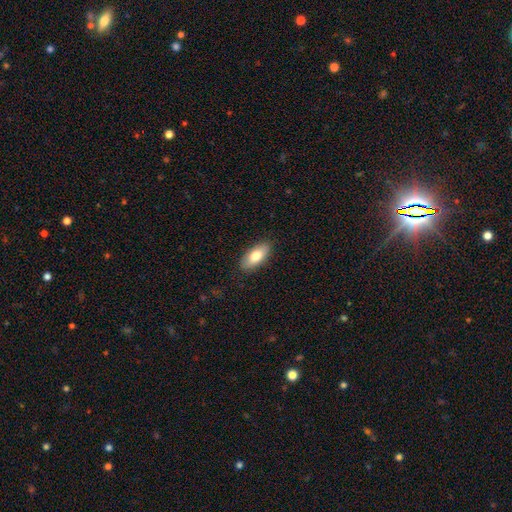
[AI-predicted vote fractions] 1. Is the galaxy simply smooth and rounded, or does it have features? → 78% smooth, 15% featured or disk, 6% star or artifact.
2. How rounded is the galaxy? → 88% in between, 9% cigar-shaped, 2% round.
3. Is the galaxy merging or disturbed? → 88% none, 9% minor disturbance, 2% major disturbance, 1% merger.